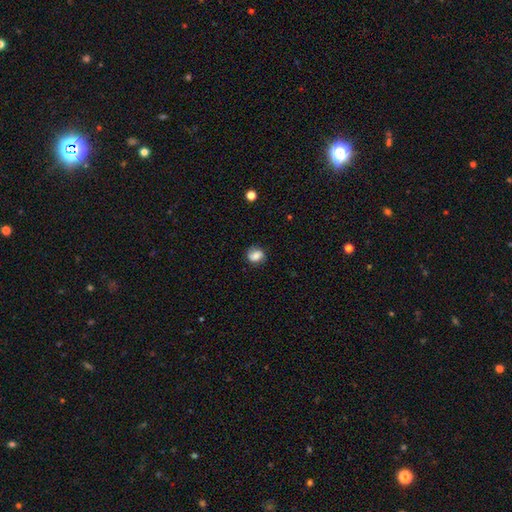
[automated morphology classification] Smooth or featured? Predicted: smooth (p=0.59). How rounded? Predicted: round (p=0.62). Merging? Predicted: none (p=0.74).